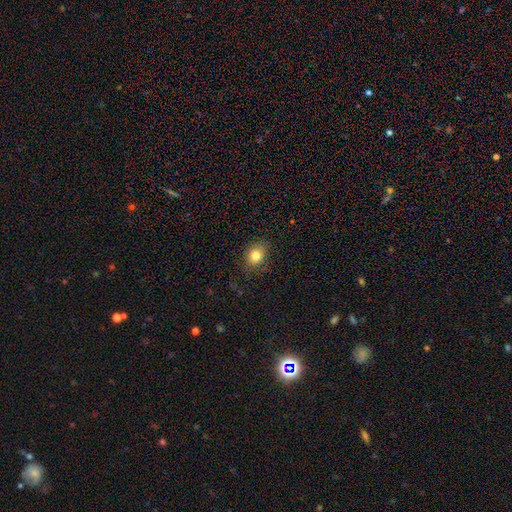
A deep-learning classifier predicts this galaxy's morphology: A smooth galaxy with no disk features (81%) that is round (52%). Merging: none (83%).